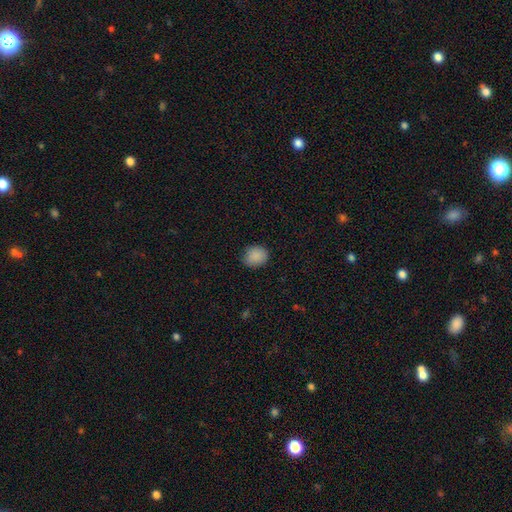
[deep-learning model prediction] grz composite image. It shows a smooth galaxy with no disk features (88%) that is round (62%). Merging: none (81%).